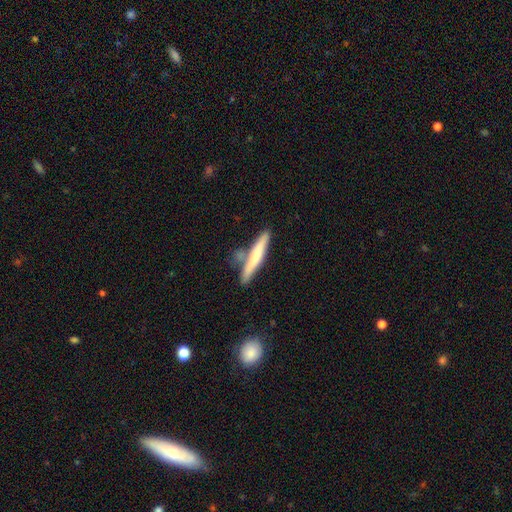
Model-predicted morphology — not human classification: Smooth or featured? smooth (60%)
How rounded? cigar-shaped (93%)
Merging? none (70%)